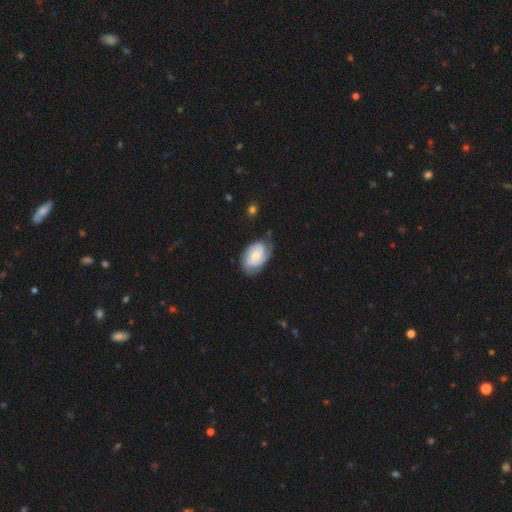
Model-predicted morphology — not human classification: Smooth or featured?
  - featured or disk: 67% *
  - smooth: 28%
  - star or artifact: 6%
Edge-on disk?
  - no: 96% *
  - yes: 4%
Bar?
  - no: 68% *
  - weak: 27%
  - strong: 5%
Spiral arms?
  - yes: 90% *
  - no: 10%
Spiral winding?
  - tight: 57% *
  - medium: 32%
  - loose: 11%
Spiral arm count?
  - 2: 44% *
  - can't tell: 27%
  - 3: 12%
  - 1: 11%
  - 4: 3%
  - more than 4: 2%
Bulge size?
  - small: 53% *
  - moderate: 41%
  - large: 3%
  - none: 2%
  - dominant: 1%
Merging?
  - none: 62% *
  - minor disturbance: 26%
  - major disturbance: 10%
  - merger: 2%